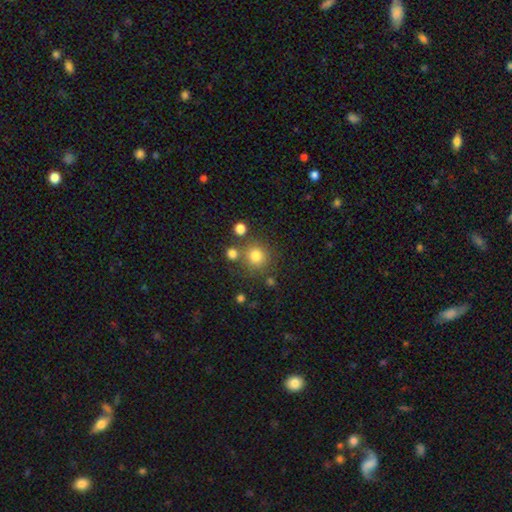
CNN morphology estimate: smooth_or_featured: smooth (p=0.79) [alt: star or artifact p=0.13]
how_rounded: round (p=0.92) [alt: in between p=0.07]
merging: none (p=0.74) [alt: merger p=0.12]